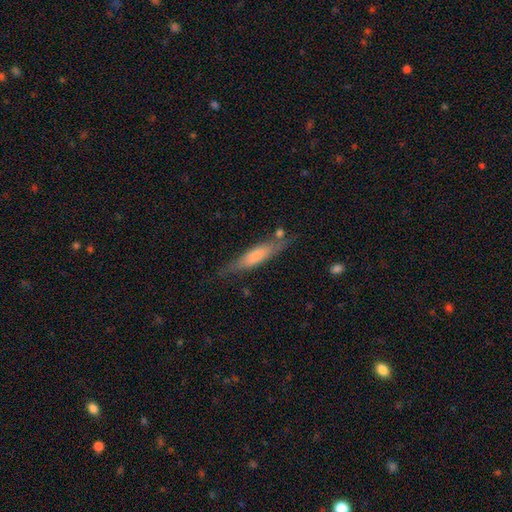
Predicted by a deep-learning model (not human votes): Smooth or featured: smooth — 60% (featured or disk — 33%)
How rounded: cigar-shaped — 79% (in between — 19%)
Merging: none — 68% (minor disturbance — 20%)